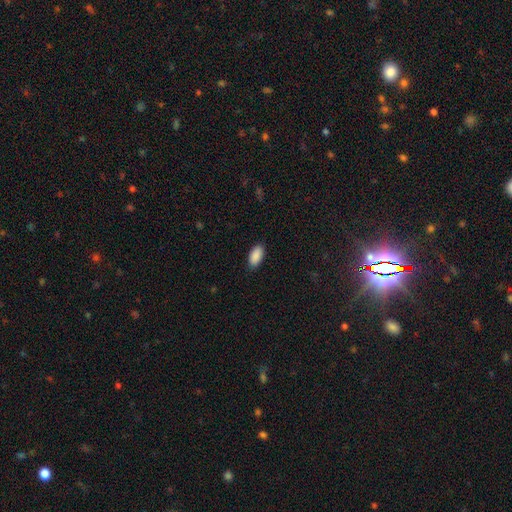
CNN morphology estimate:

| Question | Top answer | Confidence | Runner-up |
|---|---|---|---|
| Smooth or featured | smooth | 91% | star or artifact (6%) |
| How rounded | in between | 94% | cigar-shaped (4%) |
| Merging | none | 87% | minor disturbance (10%) |